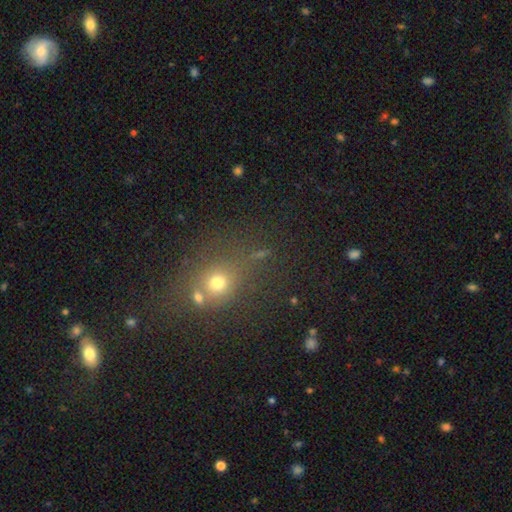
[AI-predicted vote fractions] smooth-or-featured: smooth: 51% | star or artifact: 36% | featured or disk: 13%
  how-rounded: round: 71% | in between: 26% | cigar-shaped: 3%
  merging: none: 66% | merger: 17% | minor disturbance: 11% | major disturbance: 5%